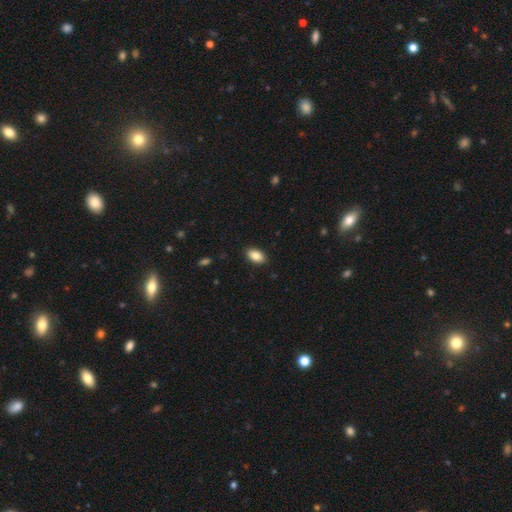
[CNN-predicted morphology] smooth-or-featured: smooth: 87% | star or artifact: 7% | featured or disk: 6%
  how-rounded: in between: 92% | round: 6% | cigar-shaped: 2%
  merging: none: 89% | minor disturbance: 8% | major disturbance: 2% | merger: 1%